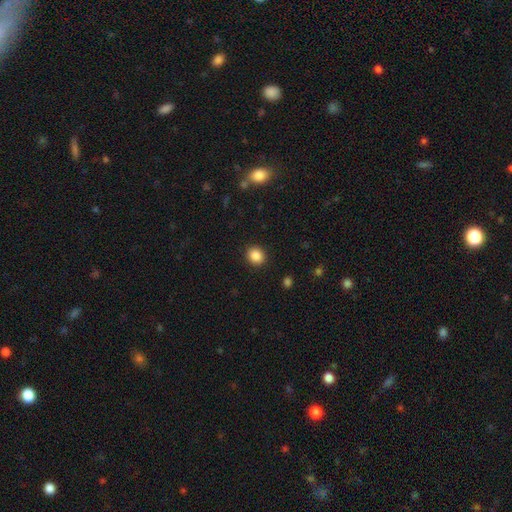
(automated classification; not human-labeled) Smooth or featured: smooth — 87% (star or artifact — 10%)
How rounded: round — 75% (in between — 24%)
Merging: none — 91% (minor disturbance — 6%)